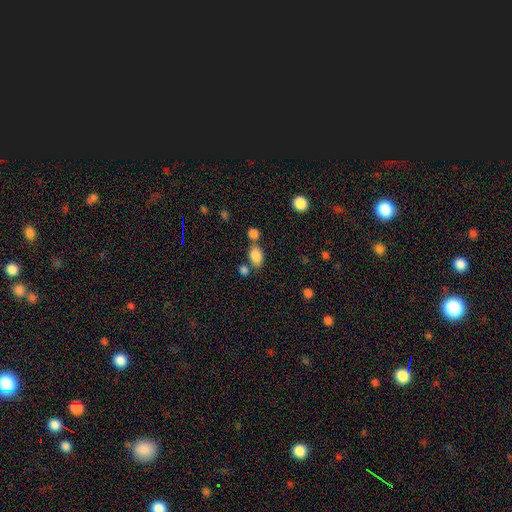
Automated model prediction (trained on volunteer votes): smooth_or_featured: smooth (p=0.85) [alt: star or artifact p=0.09]
how_rounded: in between (p=0.81) [alt: round p=0.17]
merging: none (p=0.58) [alt: merger p=0.25]